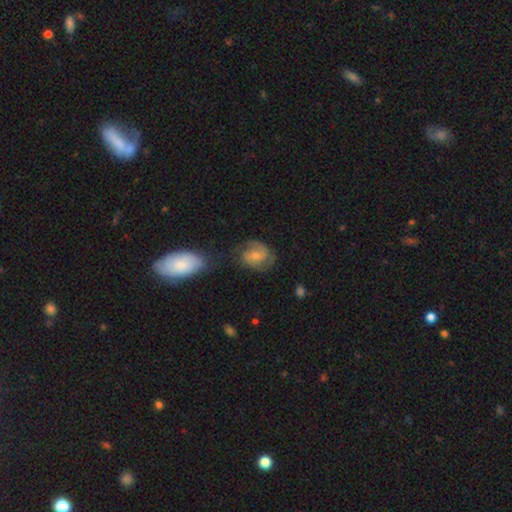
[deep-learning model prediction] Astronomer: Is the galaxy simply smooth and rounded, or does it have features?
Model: featured or disk — 66%.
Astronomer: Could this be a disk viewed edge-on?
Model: no — 97%.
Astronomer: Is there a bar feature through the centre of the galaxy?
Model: no — 52% (runner-up: weak, 40%).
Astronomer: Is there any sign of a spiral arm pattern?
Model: yes — 90%.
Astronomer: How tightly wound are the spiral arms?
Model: medium — 46% (runner-up: tight, 37%).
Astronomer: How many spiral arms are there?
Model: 2 — 65%.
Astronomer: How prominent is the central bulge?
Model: small — 47% (runner-up: moderate, 44%).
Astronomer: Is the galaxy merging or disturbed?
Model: none — 56%.